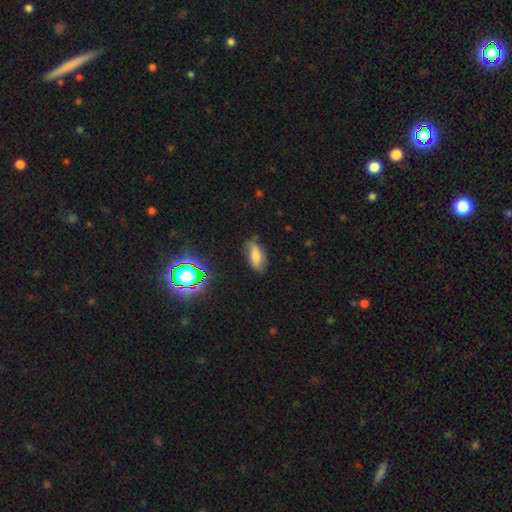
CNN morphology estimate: This is likely a smooth galaxy (62%). How rounded: clearly in between (86%). Merging: likely none (69%).